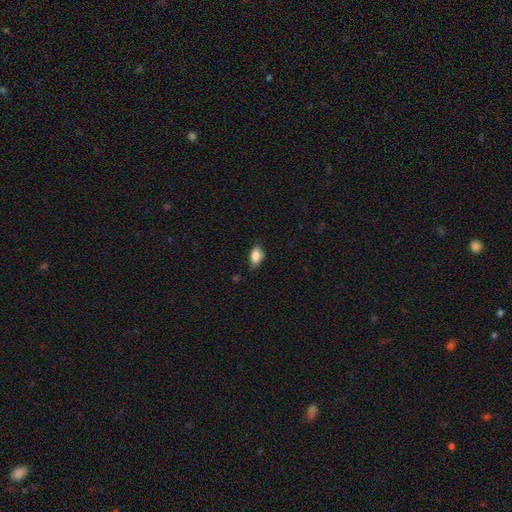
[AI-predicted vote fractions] Smooth or featured? Predicted: smooth (p=0.86). How rounded? Predicted: in between (p=0.90). Merging? Predicted: none (p=0.75).